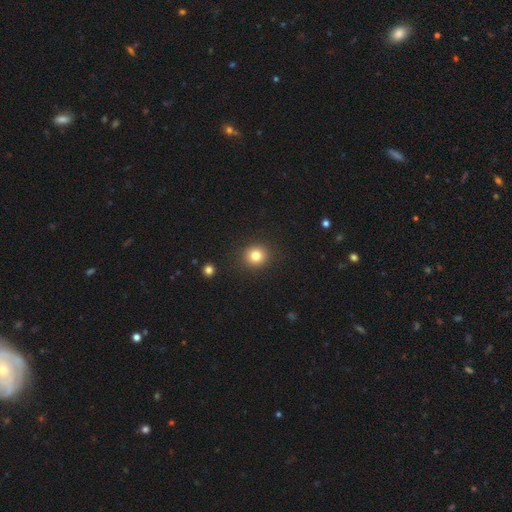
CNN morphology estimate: This appears to be a smooth galaxy with no disk features (82%) that is round (87%). Merging: none (90%).